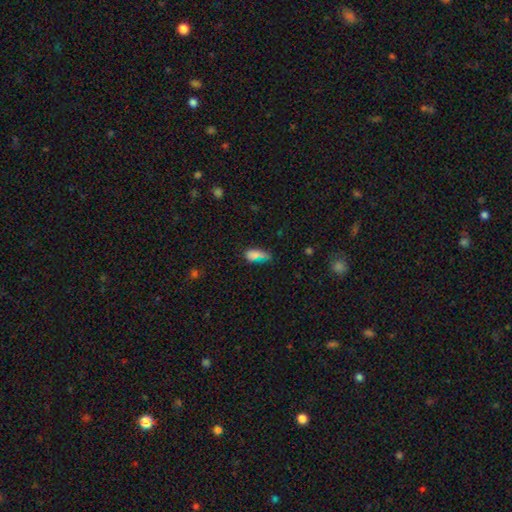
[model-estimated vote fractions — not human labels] A smooth galaxy with no disk features (74%) that is in between round and cigar-shaped (77%). Merging: none (42%).